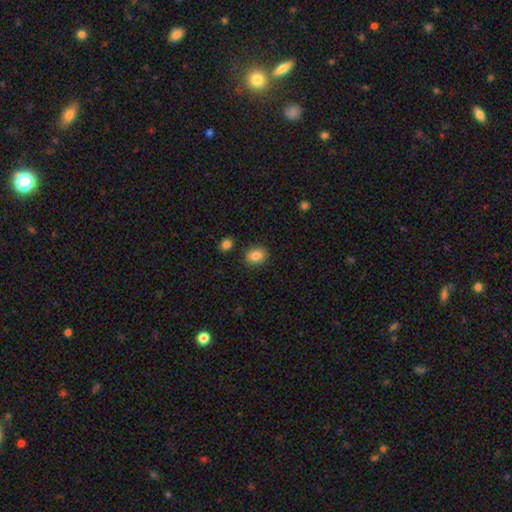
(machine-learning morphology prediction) Overall: smooth (86%). How rounded: in between (54%; round 45%). Merging: none (86%).